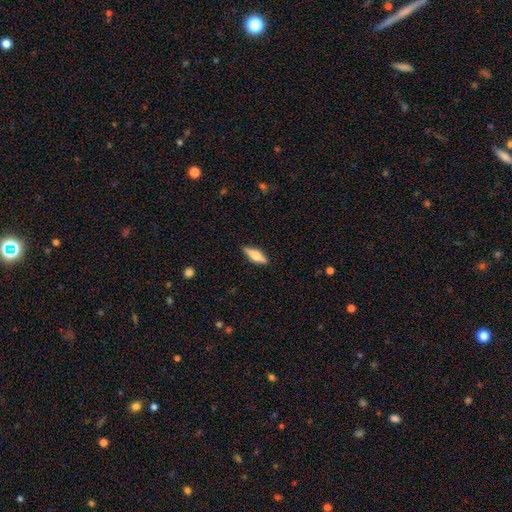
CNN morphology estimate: This appears to be a featured or disk galaxy (48%). Merging: none (87%).